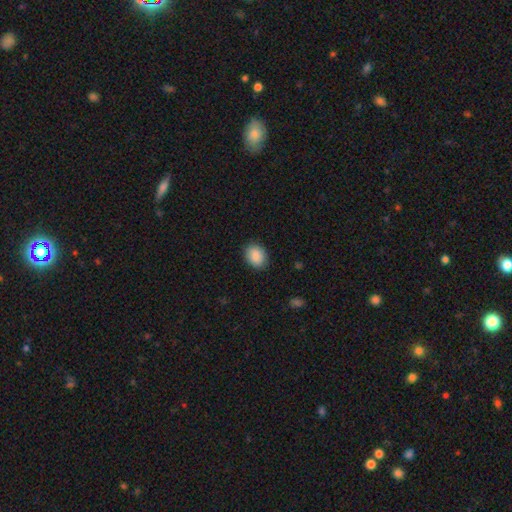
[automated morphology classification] Overall: smooth (88%). How rounded: in between (59%; round 41%). Merging: none (87%).